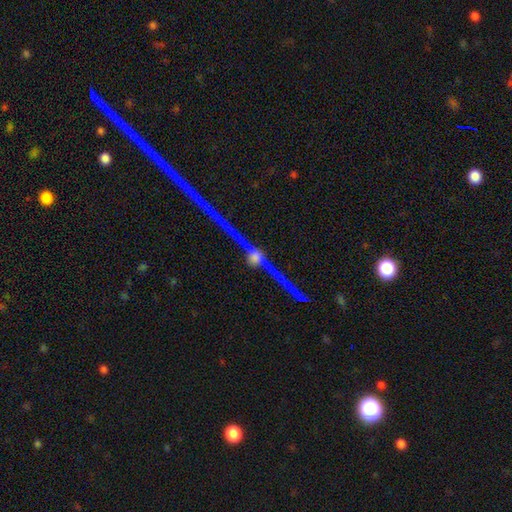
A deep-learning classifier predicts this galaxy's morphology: smooth-or-featured: star or artifact: 54% | featured or disk: 37% | smooth: 9%